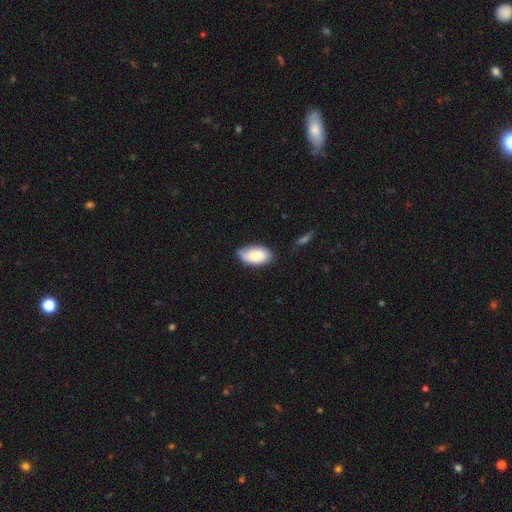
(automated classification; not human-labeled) smooth_or_featured: smooth (p=0.81) [alt: featured or disk p=0.13]
how_rounded: in between (p=0.95) [alt: round p=0.03]
merging: none (p=0.57) [alt: minor disturbance p=0.32]